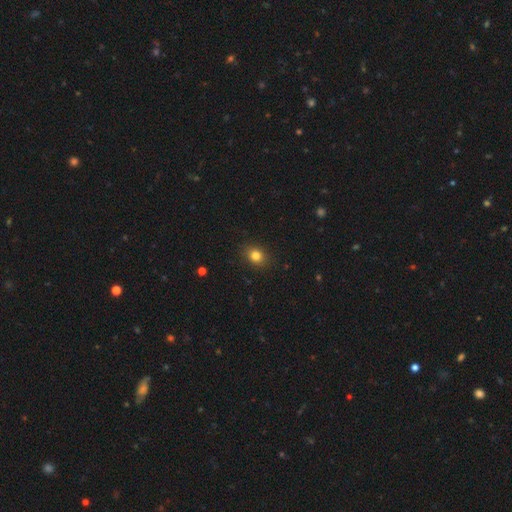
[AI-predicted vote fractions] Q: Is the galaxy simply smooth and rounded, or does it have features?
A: smooth — 82%.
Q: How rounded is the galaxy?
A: round — 57%.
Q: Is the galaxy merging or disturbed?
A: none — 88%.